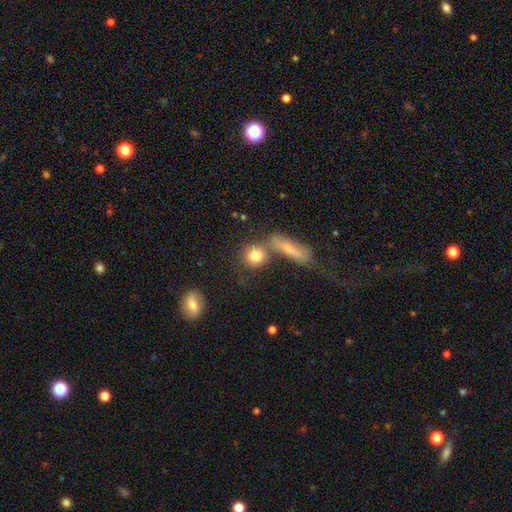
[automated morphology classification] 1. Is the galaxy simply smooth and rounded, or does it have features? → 79% smooth, 11% featured or disk, 10% star or artifact.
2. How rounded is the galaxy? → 77% round, 17% in between, 6% cigar-shaped.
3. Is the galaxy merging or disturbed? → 61% none, 23% merger, 11% minor disturbance, 5% major disturbance.